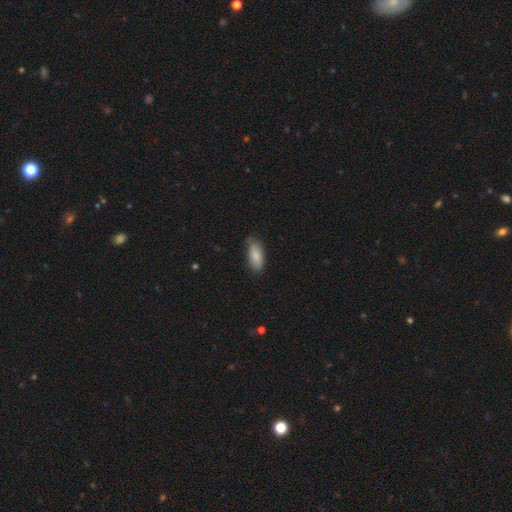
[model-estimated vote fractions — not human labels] Smooth or featured?
  - smooth: 86% *
  - featured or disk: 8%
  - star or artifact: 6%
How rounded?
  - in between: 81% *
  - cigar-shaped: 17%
  - round: 2%
Merging?
  - none: 72% *
  - minor disturbance: 23%
  - major disturbance: 4%
  - merger: 1%